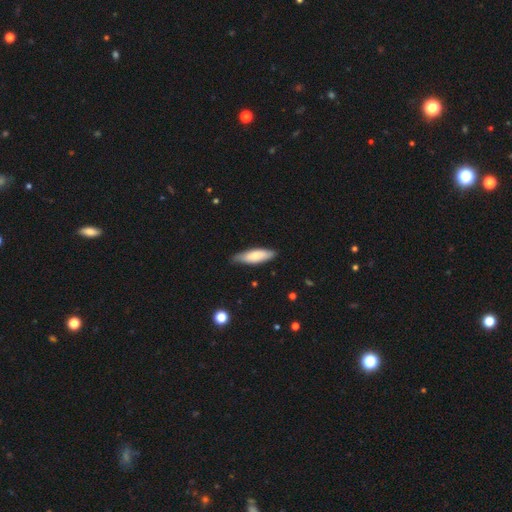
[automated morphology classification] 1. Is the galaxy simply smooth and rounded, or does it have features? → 74% smooth, 20% featured or disk, 5% star or artifact.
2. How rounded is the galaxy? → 50% in between, 48% cigar-shaped, 2% round.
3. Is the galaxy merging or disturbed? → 80% none, 17% minor disturbance, 2% major disturbance, 1% merger.